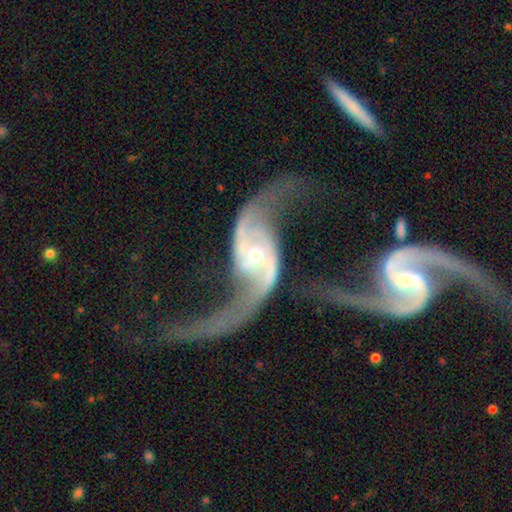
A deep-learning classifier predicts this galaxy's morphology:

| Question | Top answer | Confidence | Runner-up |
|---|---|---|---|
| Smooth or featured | featured or disk | 93% | star or artifact (4%) |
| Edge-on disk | no | 96% | yes (4%) |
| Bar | no | 45% | weak (32%) |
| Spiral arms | yes | 97% | no (3%) |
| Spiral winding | loose | 87% | medium (9%) |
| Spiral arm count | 2 | 94% | 1 (1%) |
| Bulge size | moderate | 58% | small (35%) |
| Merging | none | 49% | major disturbance (24%) |